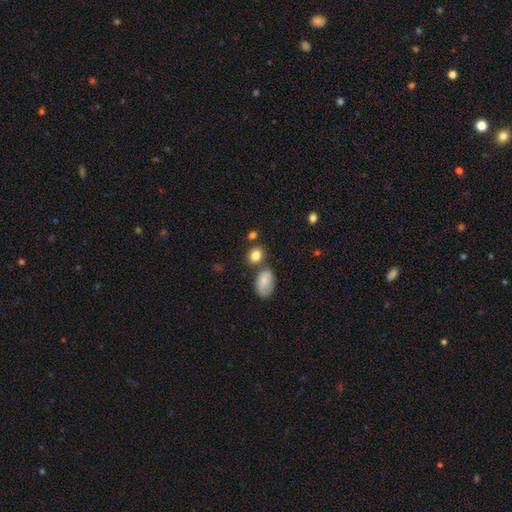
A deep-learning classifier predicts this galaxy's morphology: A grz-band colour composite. It shows a smooth galaxy with no disk features (82%) that is round (59%). Merging: none (69%).